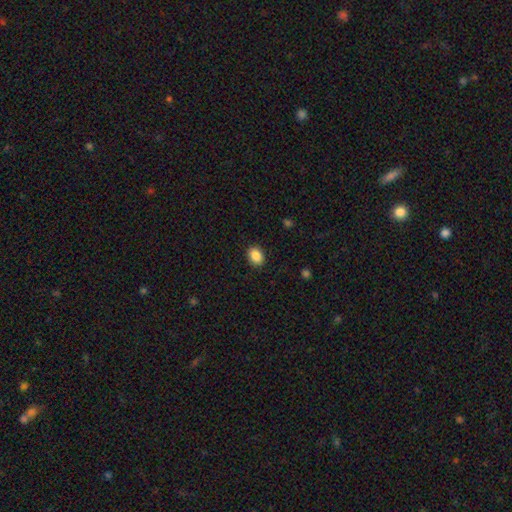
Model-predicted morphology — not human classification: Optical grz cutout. It shows a smooth galaxy with no disk features (88%) that is in between round and cigar-shaped (68%). Merging: none (89%).